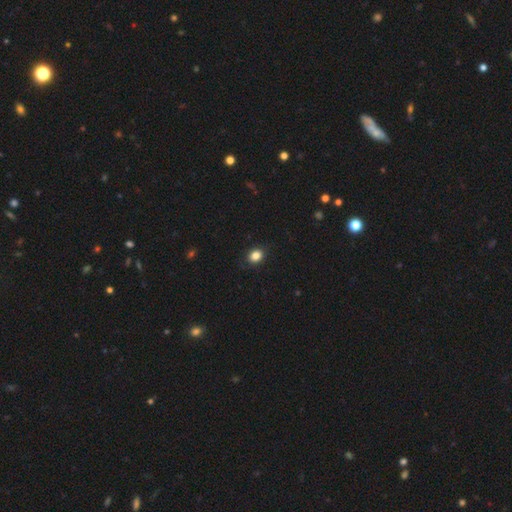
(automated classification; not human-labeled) smooth-or-featured: smooth: 85% | star or artifact: 10% | featured or disk: 5%
  how-rounded: round: 51% | in between: 48% | cigar-shaped: 1%
  merging: none: 87% | minor disturbance: 10% | major disturbance: 2% | merger: 1%